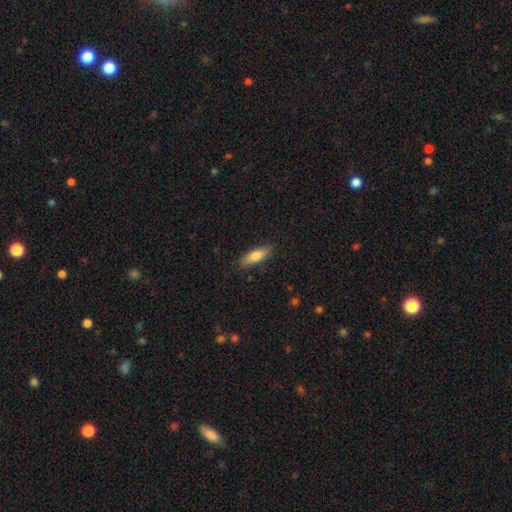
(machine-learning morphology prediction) smooth_or_featured: smooth (p=0.76) [alt: featured or disk p=0.17]
how_rounded: in between (p=0.56) [alt: cigar-shaped p=0.42]
merging: none (p=0.85) [alt: minor disturbance p=0.12]